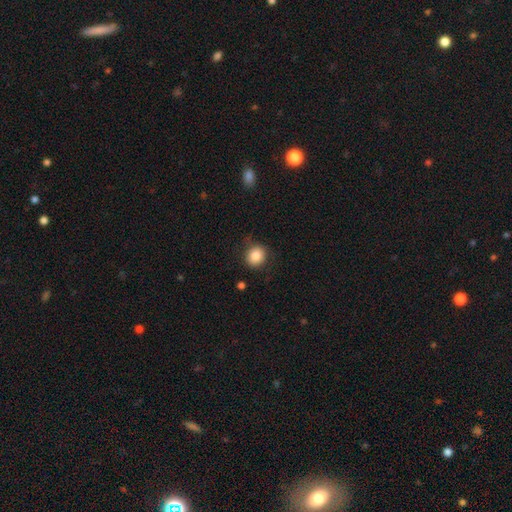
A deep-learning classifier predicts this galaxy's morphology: The model was most divided on "how rounded": round: 84%, in between: 16%, cigar-shaped: 1%. More confident: smooth or featured — smooth (85%); merging — none (83%).